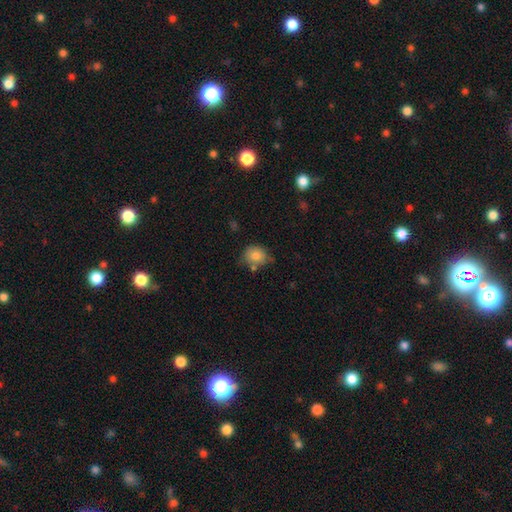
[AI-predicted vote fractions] Overall: smooth (80%). How rounded: round (75%). Merging: none (63%).